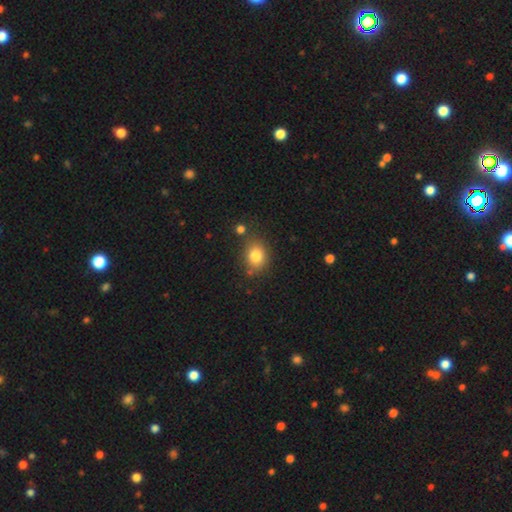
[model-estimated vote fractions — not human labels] A smooth galaxy with no disk features (81%) that is round (56%).

Vote fractions:
- Smooth or featured? smooth: 81% / star or artifact: 11% / featured or disk: 8%
- How rounded? round: 56% / in between: 43% / cigar-shaped: 1%
- Merging? none: 74% / minor disturbance: 14% / merger: 7% / major disturbance: 4%